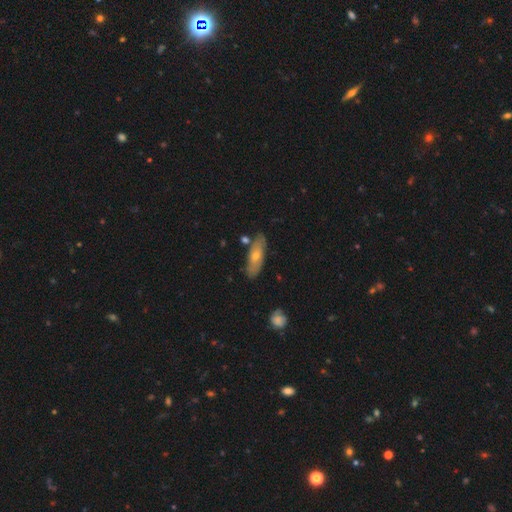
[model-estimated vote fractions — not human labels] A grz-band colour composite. It shows a smooth galaxy with no disk features (57%) that is in between round and cigar-shaped (54%). Merging: none (78%).